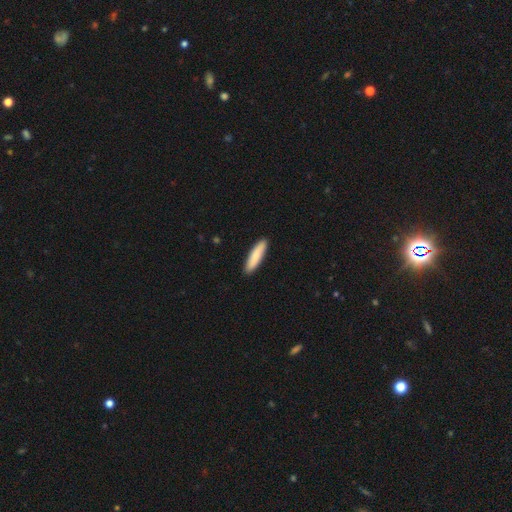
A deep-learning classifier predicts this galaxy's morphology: smooth_or_featured: smooth (p=0.83) [alt: featured or disk p=0.12]
how_rounded: cigar-shaped (p=0.80) [alt: in between p=0.19]
merging: none (p=0.91) [alt: minor disturbance p=0.07]